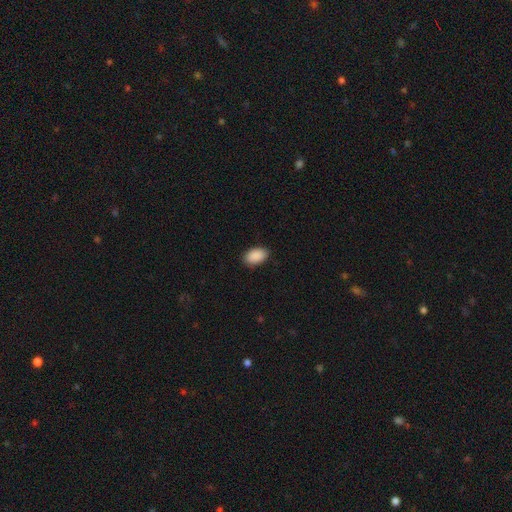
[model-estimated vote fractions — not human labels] A smooth galaxy with no disk features (91%) that is in between round and cigar-shaped (92%). Merging: none (88%).